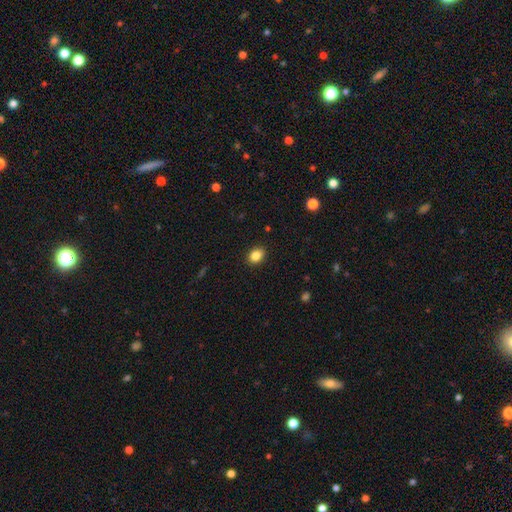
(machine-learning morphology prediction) type=smooth (86%); roundness=in between (62%); merging=none (89%).